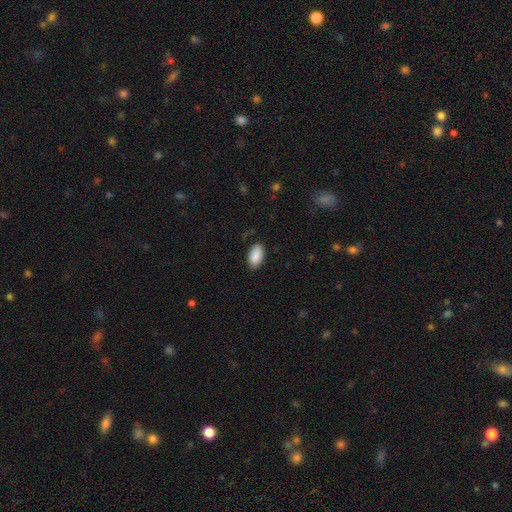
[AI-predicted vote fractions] Morphology: type=smooth (90%); roundness=in between (95%); merging=none (84%).